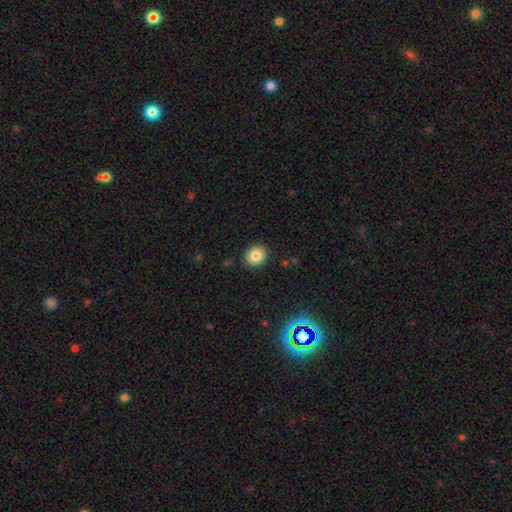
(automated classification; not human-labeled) The model was most divided on "how rounded": round: 67%, in between: 32%, cigar-shaped: 1%. More confident: merging — none (90%); smooth or featured — smooth (84%).